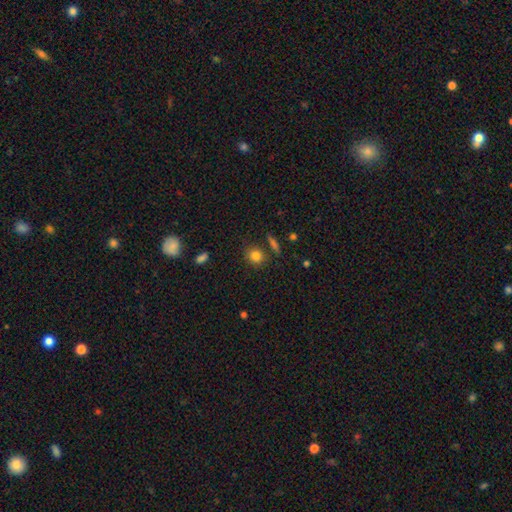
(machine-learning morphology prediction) The model was most divided on "how rounded": round: 78%, in between: 20%, cigar-shaped: 2%. More confident: smooth or featured — smooth (82%); merging — none (80%).